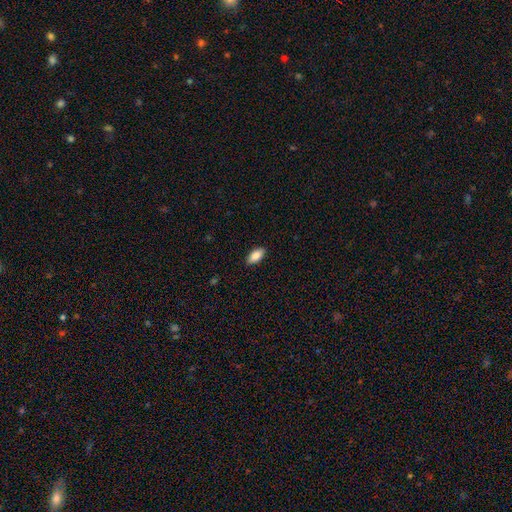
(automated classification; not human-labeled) Smooth or featured: smooth — 86% (featured or disk — 7%)
How rounded: in between — 90% (cigar-shaped — 8%)
Merging: none — 89% (minor disturbance — 8%)